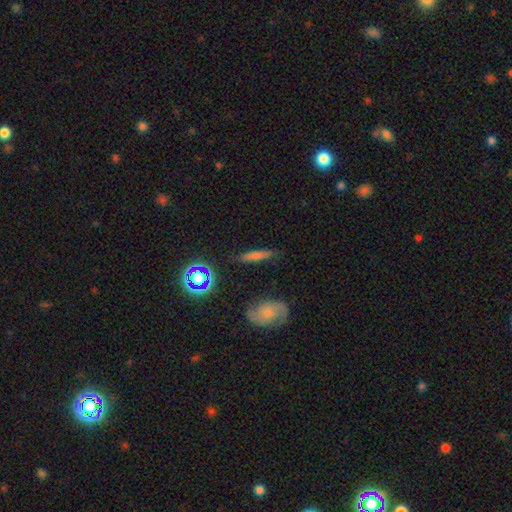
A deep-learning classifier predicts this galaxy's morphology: smooth-or-featured: smooth: 49% | featured or disk: 35% | star or artifact: 16%
  merging: none: 84% | minor disturbance: 11% | major disturbance: 3% | merger: 2%